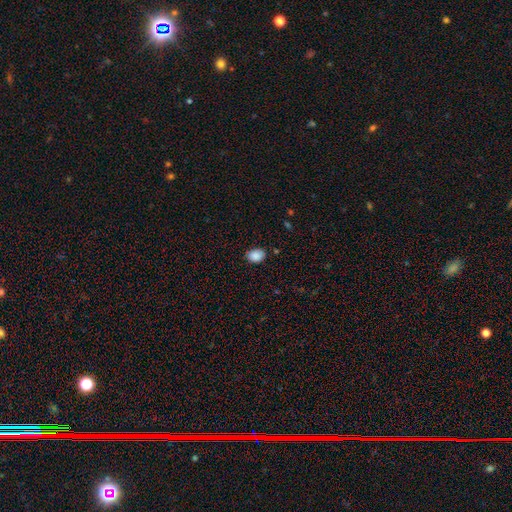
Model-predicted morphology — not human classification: Q: Smooth or featured?
A: smooth (89%); runner-up: star or artifact (8%)
Q: How rounded?
A: in between (65%); runner-up: round (34%)
Q: Merging?
A: none (83%); runner-up: minor disturbance (13%)